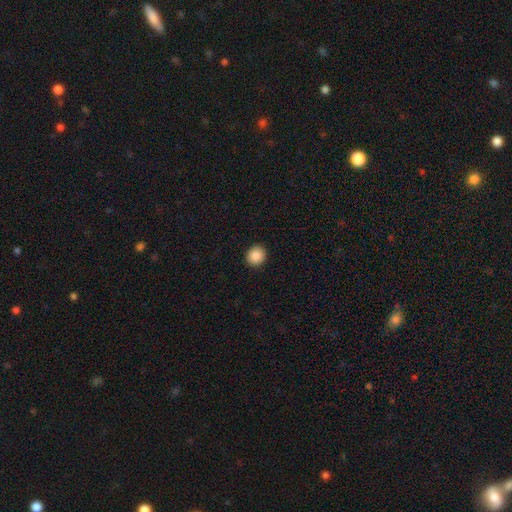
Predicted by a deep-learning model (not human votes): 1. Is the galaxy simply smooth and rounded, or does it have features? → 88% smooth, 9% star or artifact, 3% featured or disk.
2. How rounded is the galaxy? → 86% round, 13% in between, 1% cigar-shaped.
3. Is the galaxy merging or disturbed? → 92% none, 5% minor disturbance, 2% major disturbance, 1% merger.